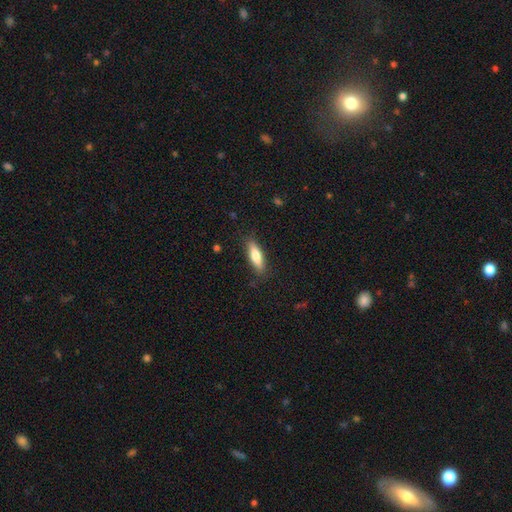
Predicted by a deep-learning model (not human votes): Morphology: type=smooth (73%); roundness=cigar-shaped (55%); merging=none (86%).